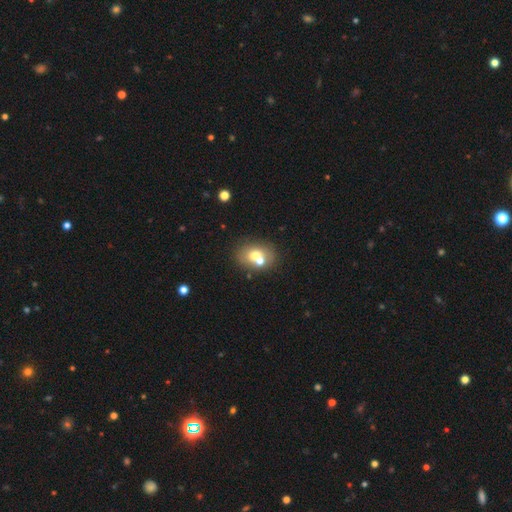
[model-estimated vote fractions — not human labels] This is likely a smooth galaxy (63%). How rounded: possibly in between (52%). Merging: possibly none (50%).